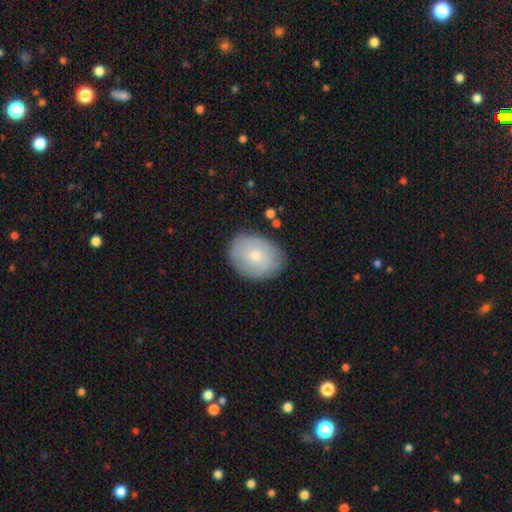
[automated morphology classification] The model was most divided on "how rounded": in between: 60%, round: 39%, cigar-shaped: 1%. More confident: merging — none (82%); smooth or featured — smooth (63%).